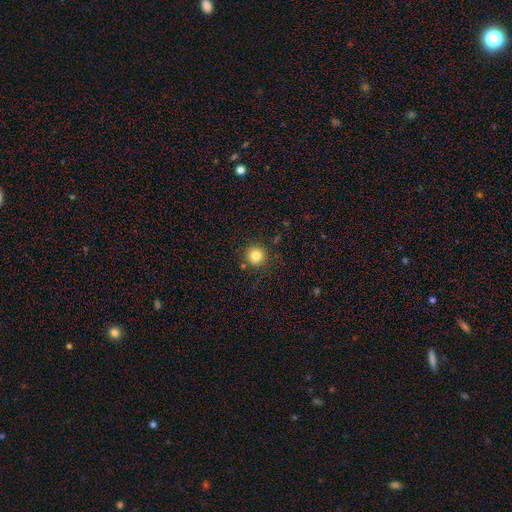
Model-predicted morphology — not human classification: Smooth or featured? smooth (83%)
How rounded? round (94%)
Merging? none (87%)